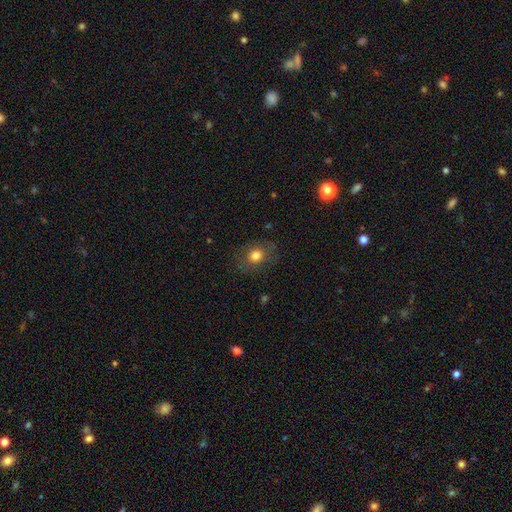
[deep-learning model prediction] Smooth or featured? smooth (77%)
How rounded? in between (50%)
Merging? none (80%)